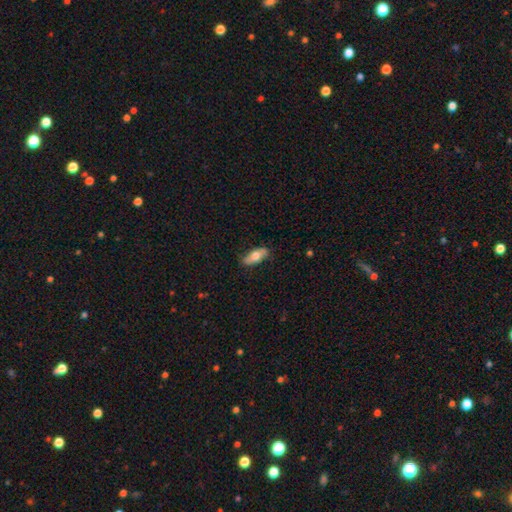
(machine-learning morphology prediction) Smooth or featured?
  - smooth: 65% *
  - featured or disk: 29%
  - star or artifact: 6%
How rounded?
  - in between: 80% *
  - cigar-shaped: 17%
  - round: 3%
Merging?
  - none: 82% *
  - minor disturbance: 14%
  - major disturbance: 3%
  - merger: 1%